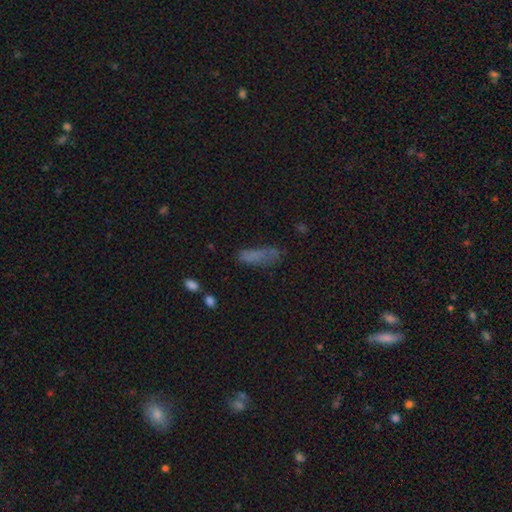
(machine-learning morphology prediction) Smooth or featured?
  - smooth: 70% *
  - star or artifact: 16%
  - featured or disk: 15%
How rounded?
  - cigar-shaped: 53% *
  - in between: 44%
  - round: 3%
Merging?
  - none: 53% *
  - minor disturbance: 26%
  - major disturbance: 15%
  - merger: 6%